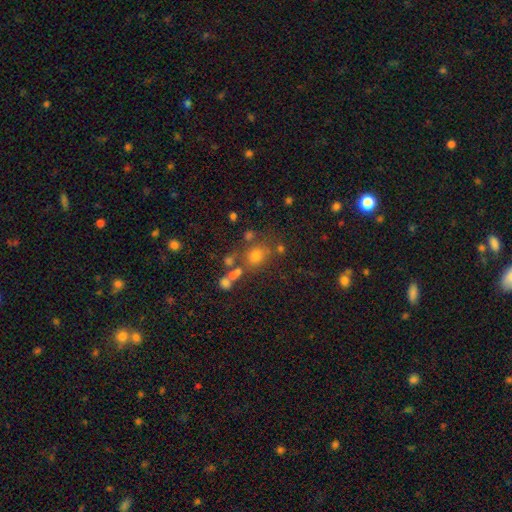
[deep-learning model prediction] Smooth or featured?
  - smooth: 61% *
  - star or artifact: 26%
  - featured or disk: 13%
How rounded?
  - round: 74% *
  - in between: 24%
  - cigar-shaped: 1%
Merging?
  - none: 63% *
  - merger: 18%
  - minor disturbance: 12%
  - major disturbance: 6%